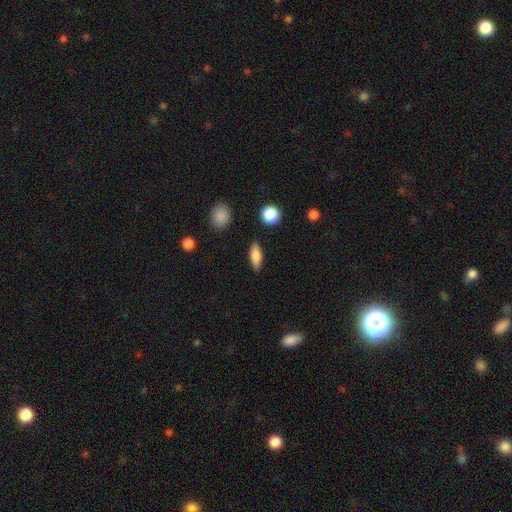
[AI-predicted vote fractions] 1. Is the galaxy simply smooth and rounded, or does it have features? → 80% smooth, 13% featured or disk, 7% star or artifact.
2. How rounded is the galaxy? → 66% in between, 29% cigar-shaped, 4% round.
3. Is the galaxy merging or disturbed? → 86% none, 9% minor disturbance, 3% major disturbance, 2% merger.